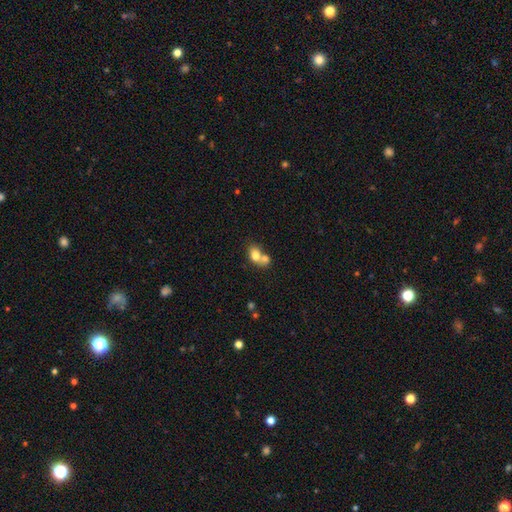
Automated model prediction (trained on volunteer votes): The model was most divided on "how rounded": in between: 65%, round: 34%, cigar-shaped: 1%. More confident: smooth or featured — smooth (75%); merging — merger (62%).